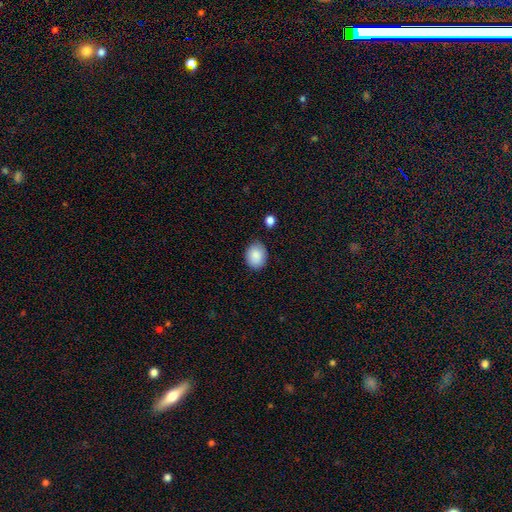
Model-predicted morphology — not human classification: This appears to be a smooth galaxy with no disk features (88%) that is in between round and cigar-shaped (57%). Merging: none (82%).